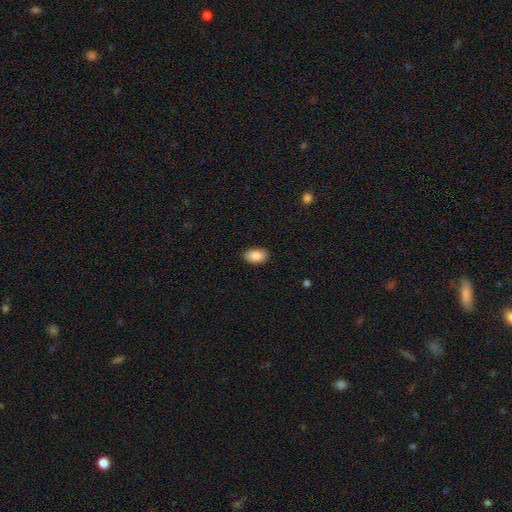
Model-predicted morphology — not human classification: smooth-or-featured: smooth: 88% | star or artifact: 7% | featured or disk: 5%
  how-rounded: in between: 91% | round: 8% | cigar-shaped: 1%
  merging: none: 88% | minor disturbance: 9% | major disturbance: 2% | merger: 1%